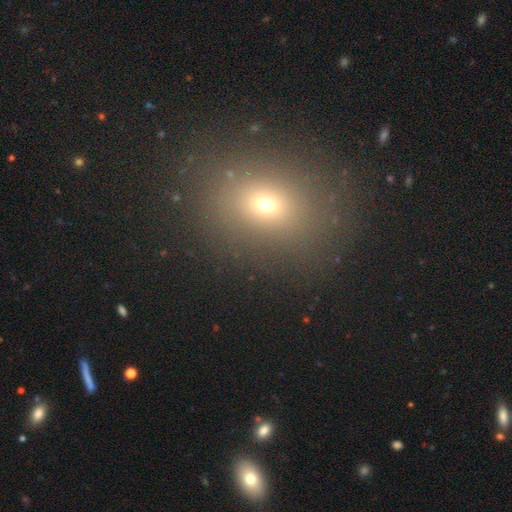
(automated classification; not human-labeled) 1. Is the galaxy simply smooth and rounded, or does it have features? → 61% smooth, 28% star or artifact, 11% featured or disk.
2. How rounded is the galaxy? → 49% in between (tied), 49% round (tied), 2% cigar-shaped.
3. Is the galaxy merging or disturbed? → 87% none, 8% minor disturbance, 4% major disturbance, 2% merger.